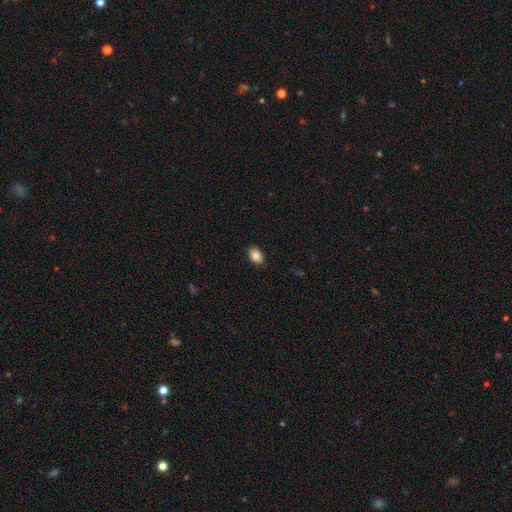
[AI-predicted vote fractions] Smooth or featured?
  - smooth: 85% *
  - star or artifact: 8%
  - featured or disk: 6%
How rounded?
  - in between: 84% *
  - round: 15%
  - cigar-shaped: 1%
Merging?
  - none: 89% *
  - minor disturbance: 8%
  - major disturbance: 2%
  - merger: 1%